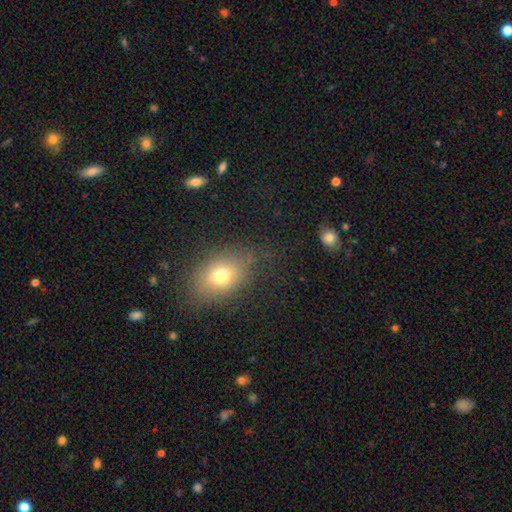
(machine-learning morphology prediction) This appears to be a smooth galaxy with no disk features (68%) that is in between round and cigar-shaped (70%). Merging: none (73%).